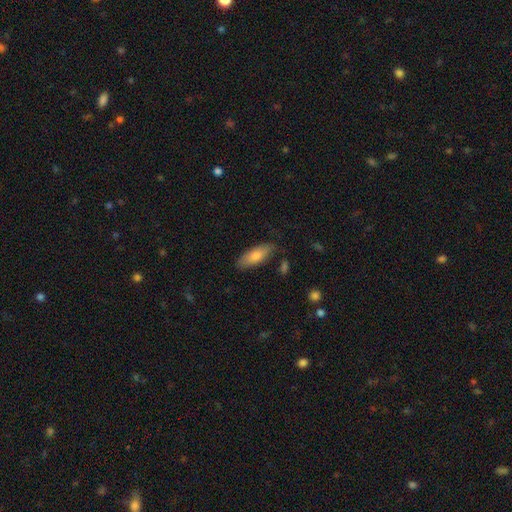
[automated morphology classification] The model was most divided on "how rounded": in between: 69%, cigar-shaped: 29%, round: 2%. More confident: merging — none (82%); smooth or featured — smooth (77%).